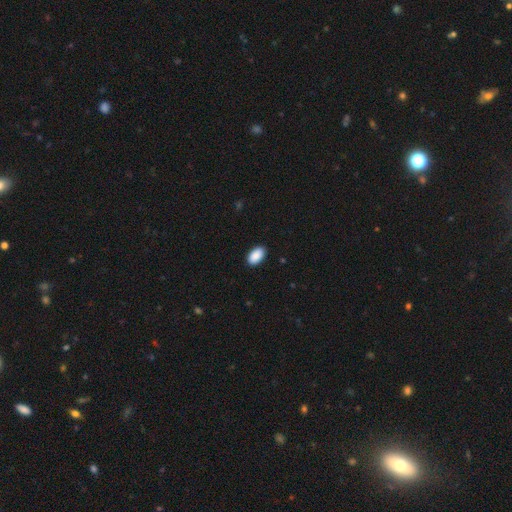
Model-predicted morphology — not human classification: smooth-or-featured: smooth: 91% | star or artifact: 6% | featured or disk: 3%
  how-rounded: in between: 94% | round: 4% | cigar-shaped: 1%
  merging: none: 89% | minor disturbance: 8% | major disturbance: 2% | merger: 1%